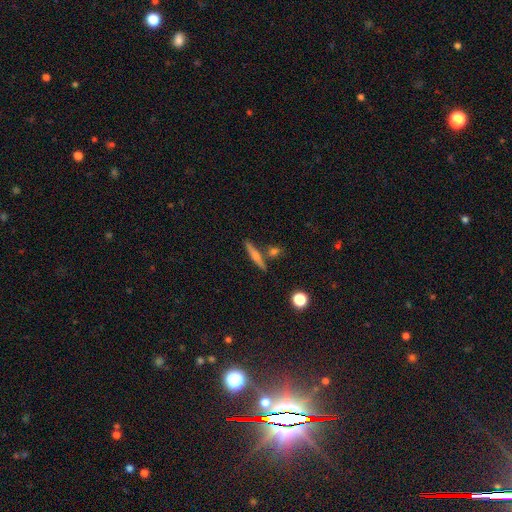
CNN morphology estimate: smooth_or_featured: featured or disk (p=0.47) [alt: smooth p=0.45]
merging: none (p=0.79) [alt: merger p=0.10]